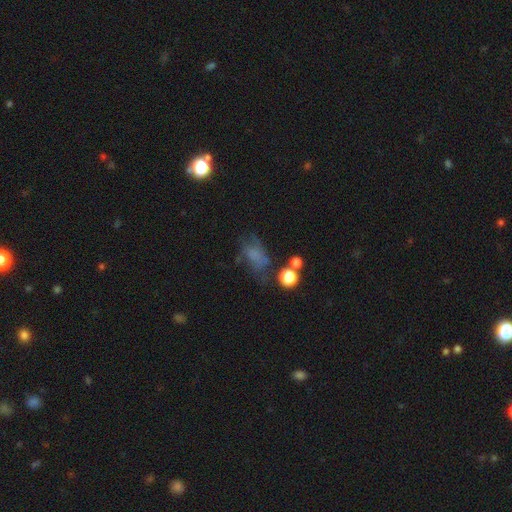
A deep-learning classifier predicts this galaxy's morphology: Smooth or featured?
  - smooth: 48% *
  - featured or disk: 31%
  - star or artifact: 21%
Merging?
  - none: 41% *
  - major disturbance: 26%
  - minor disturbance: 25%
  - merger: 7%